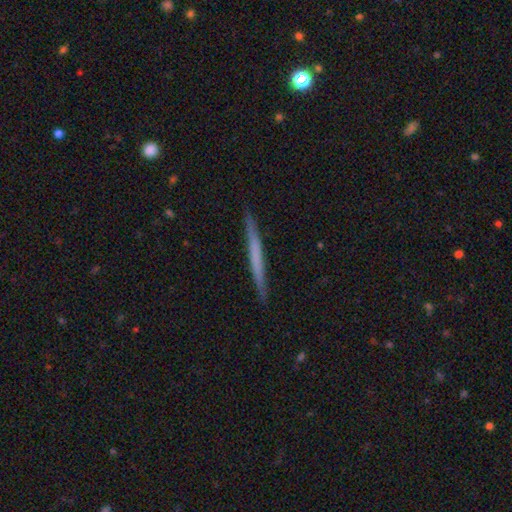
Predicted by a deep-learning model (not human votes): smooth 48%, featured or disk 46%, star or artifact 5%. Down the decision tree: merging — none (91%).